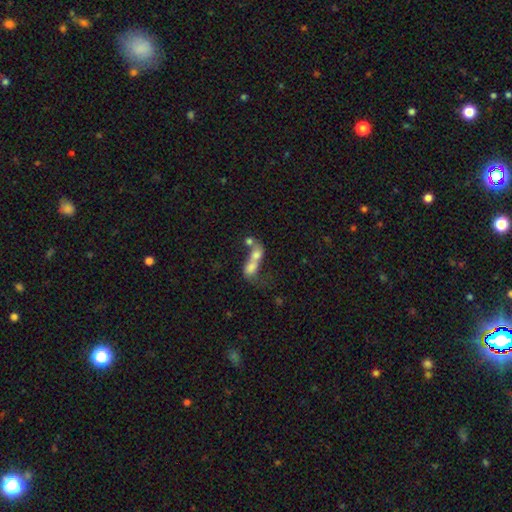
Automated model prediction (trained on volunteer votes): Smooth or featured: smooth — 61% (featured or disk — 28%)
How rounded: in between — 63% (round — 25%)
Merging: merger — 75% (none — 10%)